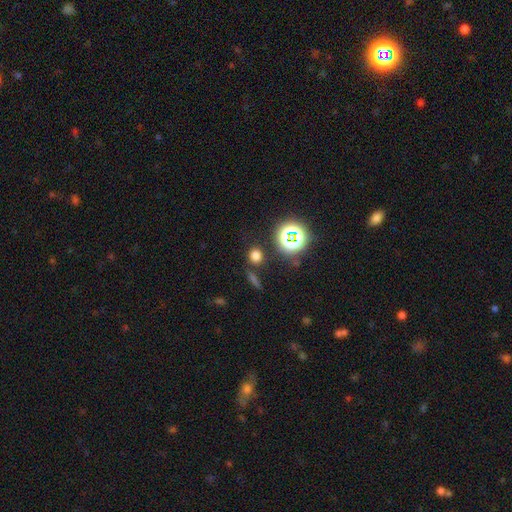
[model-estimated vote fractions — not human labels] Smooth or featured? smooth (69%)
How rounded? round (80%)
Merging? none (82%)